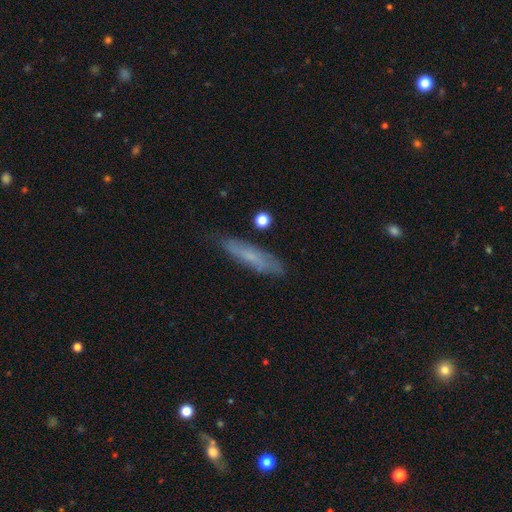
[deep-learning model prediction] Smooth or featured? Predicted: smooth (p=0.52). How rounded? Predicted: cigar-shaped (p=0.81). Merging? Predicted: none (p=0.80).